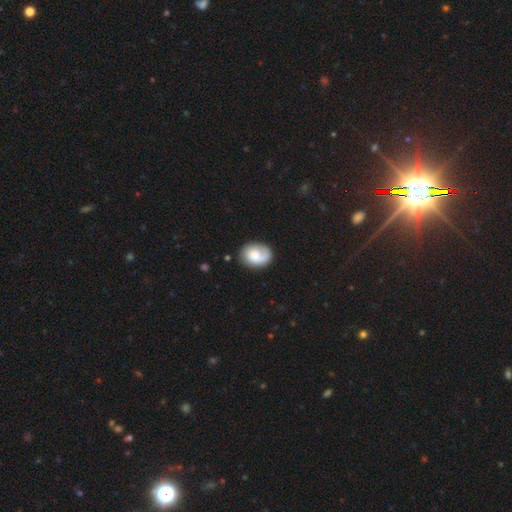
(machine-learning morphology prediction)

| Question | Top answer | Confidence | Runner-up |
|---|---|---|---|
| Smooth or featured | smooth | 51% | featured or disk (42%) |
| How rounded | in between | 57% | round (43%) |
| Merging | none | 72% | minor disturbance (19%) |